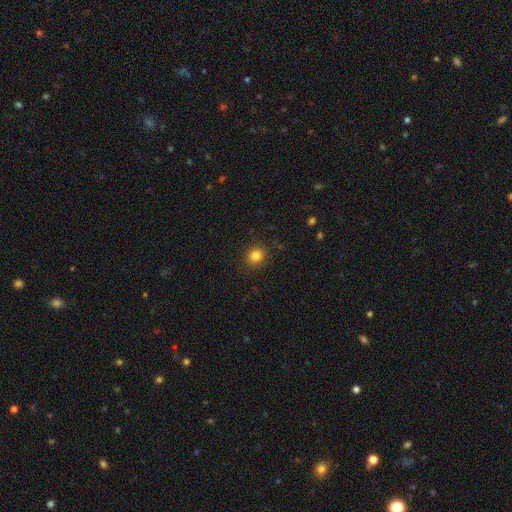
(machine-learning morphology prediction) Smooth or featured? smooth (83%)
How rounded? round (89%)
Merging? none (90%)